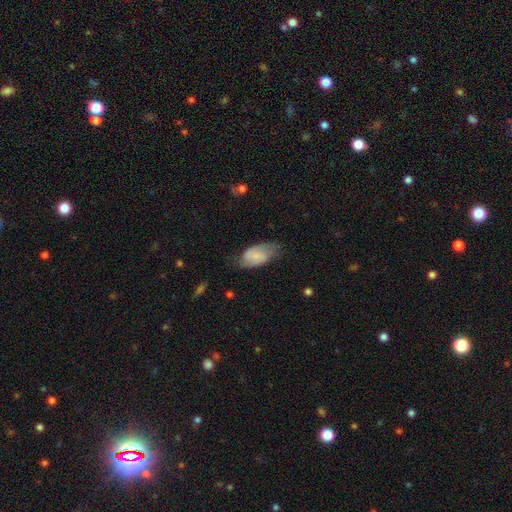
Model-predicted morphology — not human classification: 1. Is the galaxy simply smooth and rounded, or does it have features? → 50% featured or disk, 43% smooth, 7% star or artifact.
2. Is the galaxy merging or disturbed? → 63% none, 26% minor disturbance, 9% major disturbance, 1% merger.